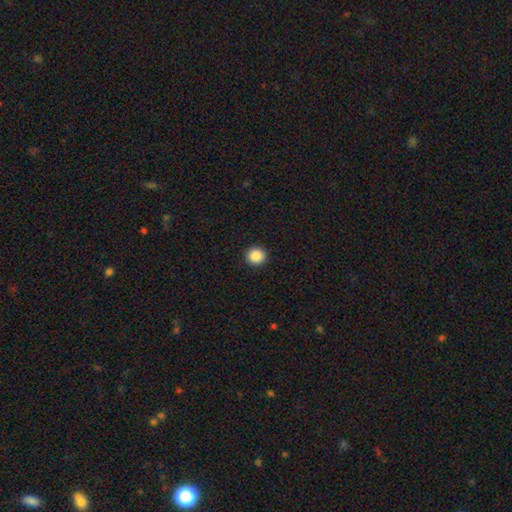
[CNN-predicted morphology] Smooth or featured?
  - smooth: 88% *
  - star or artifact: 9%
  - featured or disk: 3%
How rounded?
  - round: 95% *
  - in between: 4%
  - cigar-shaped: 1%
Merging?
  - none: 94% *
  - minor disturbance: 4%
  - major disturbance: 1%
  - merger: 1%